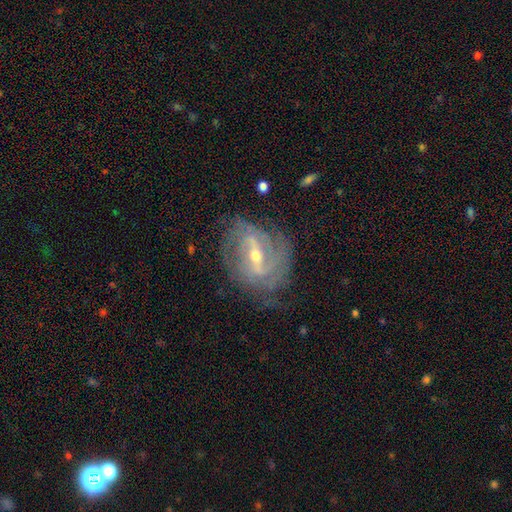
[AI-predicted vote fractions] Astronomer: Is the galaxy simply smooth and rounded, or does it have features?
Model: featured or disk — 87%.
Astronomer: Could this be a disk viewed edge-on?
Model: no — 94%.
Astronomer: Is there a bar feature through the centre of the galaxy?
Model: strong — 54% (runner-up: weak, 37%).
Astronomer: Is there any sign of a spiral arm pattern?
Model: yes — 92%.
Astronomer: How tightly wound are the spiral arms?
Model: tight — 54% (runner-up: medium, 34%).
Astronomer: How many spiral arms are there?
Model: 2 — 36% (runner-up: can't tell, 31%).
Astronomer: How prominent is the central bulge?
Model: moderate — 49% (runner-up: small, 47%).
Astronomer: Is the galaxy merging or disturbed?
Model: none — 69%.